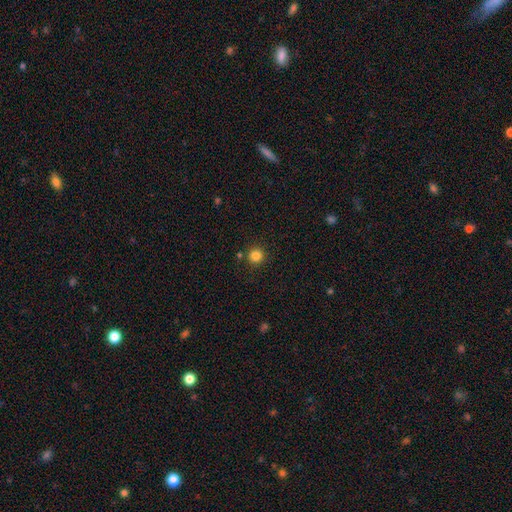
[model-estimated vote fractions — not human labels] Smooth or featured: smooth — 83% (star or artifact — 12%)
How rounded: round — 95% (in between — 4%)
Merging: none — 88% (minor disturbance — 6%)